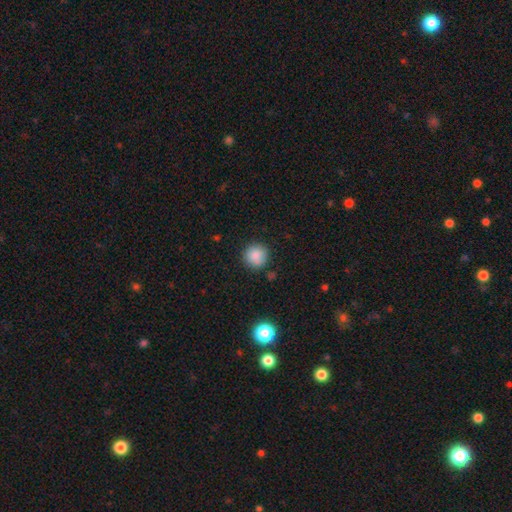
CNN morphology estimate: Smooth or featured? smooth (86%)
How rounded? round (93%)
Merging? none (87%)